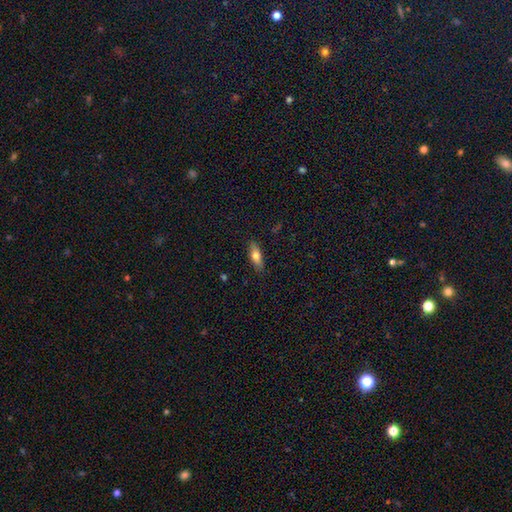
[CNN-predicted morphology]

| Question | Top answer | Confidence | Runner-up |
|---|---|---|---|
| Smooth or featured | smooth | 70% | featured or disk (23%) |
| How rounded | in between | 64% | cigar-shaped (34%) |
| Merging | none | 87% | minor disturbance (10%) |